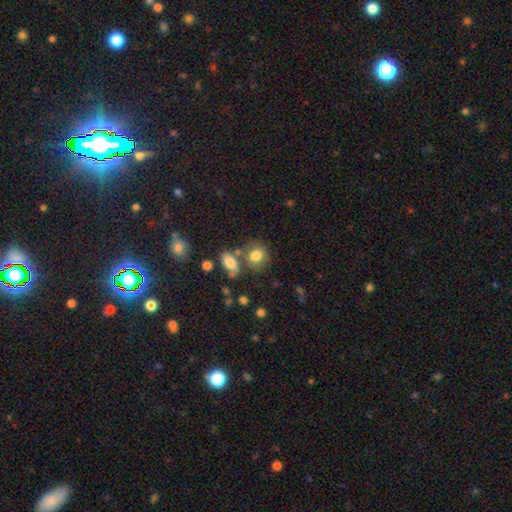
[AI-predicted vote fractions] Smooth or featured? smooth (81%)
How rounded? round (66%)
Merging? none (61%)